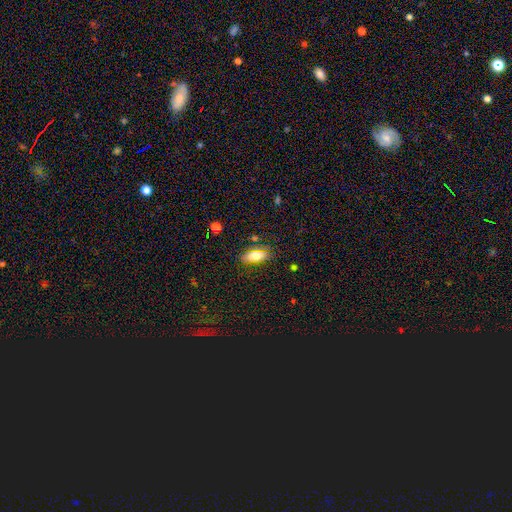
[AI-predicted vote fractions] Smooth or featured: smooth — 72% (featured or disk — 16%)
How rounded: in between — 80% (cigar-shaped — 15%)
Merging: none — 80% (minor disturbance — 14%)